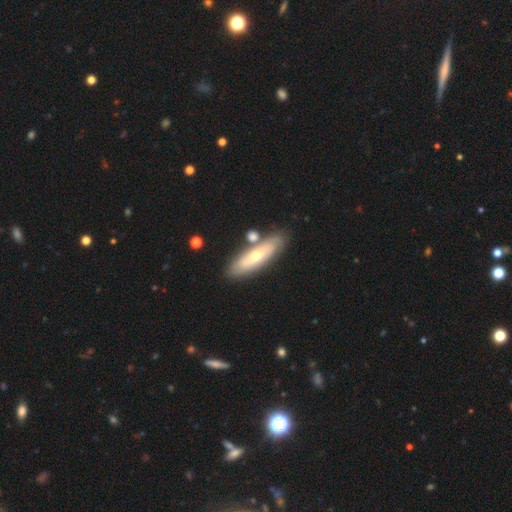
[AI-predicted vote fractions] A featured or disk galaxy (53%).

Vote fractions:
- Smooth or featured? featured or disk: 53% / smooth: 41% / star or artifact: 6%
- Edge-on disk? no: 64% / yes: 36%
- Merging? none: 74% / minor disturbance: 12% / merger: 11% / major disturbance: 3%